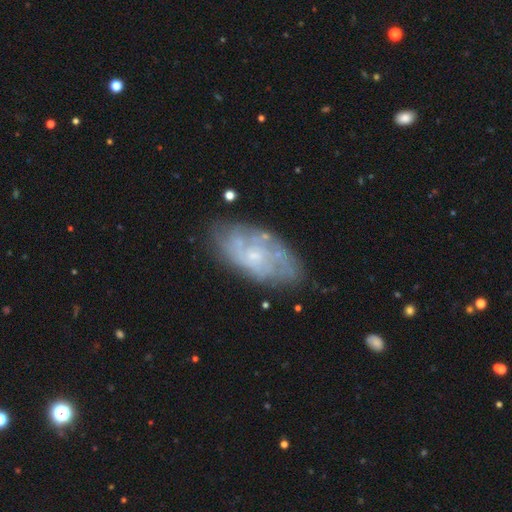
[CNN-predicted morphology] Q: Smooth or featured?
A: featured or disk (63%); runner-up: smooth (29%)
Q: Edge-on disk?
A: no (92%); runner-up: yes (8%)
Q: Bar?
A: no (78%); runner-up: weak (19%)
Q: Spiral arms?
A: yes (65%); runner-up: no (35%)
Q: Bulge size?
A: small (68%); runner-up: moderate (21%)
Q: Merging?
A: none (71%); runner-up: minor disturbance (19%)